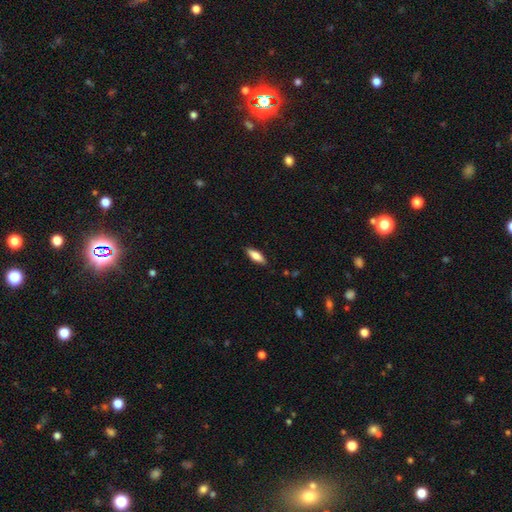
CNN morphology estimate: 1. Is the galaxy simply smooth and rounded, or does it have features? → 77% smooth, 17% featured or disk, 6% star or artifact.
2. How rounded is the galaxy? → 61% in between, 37% cigar-shaped, 2% round.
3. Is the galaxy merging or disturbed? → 85% none, 11% minor disturbance, 2% major disturbance, 1% merger.